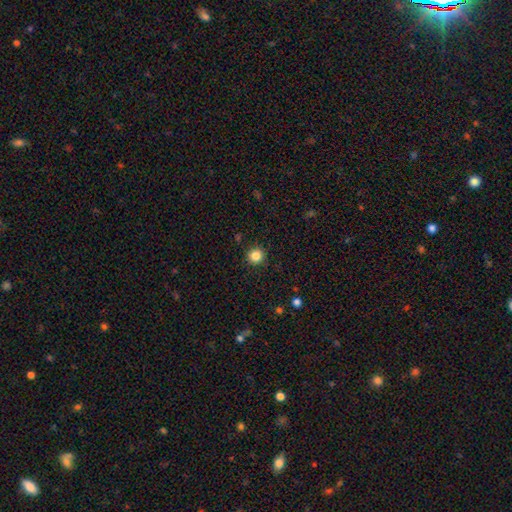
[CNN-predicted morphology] smooth 84%, star or artifact 12%, featured or disk 4%. Down the decision tree: how rounded — round (94%); merging — none (91%).